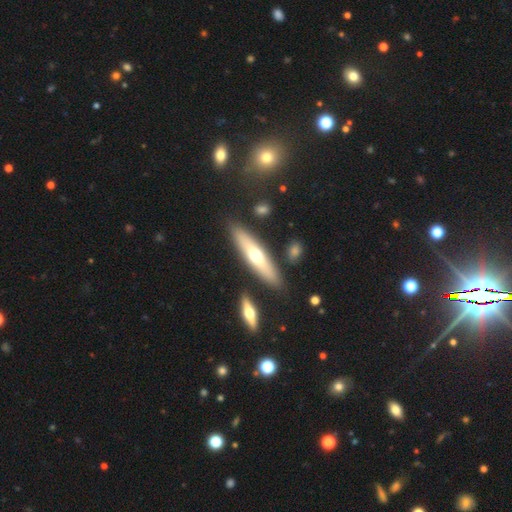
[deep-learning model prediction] A smooth galaxy with no disk features (51%) that is cigar-shaped (73%).

Vote fractions:
- Smooth or featured? smooth: 51% / featured or disk: 42% / star or artifact: 6%
- How rounded? cigar-shaped: 73% / in between: 25% / round: 2%
- Merging? none: 84% / minor disturbance: 9% / merger: 4% / major disturbance: 2%